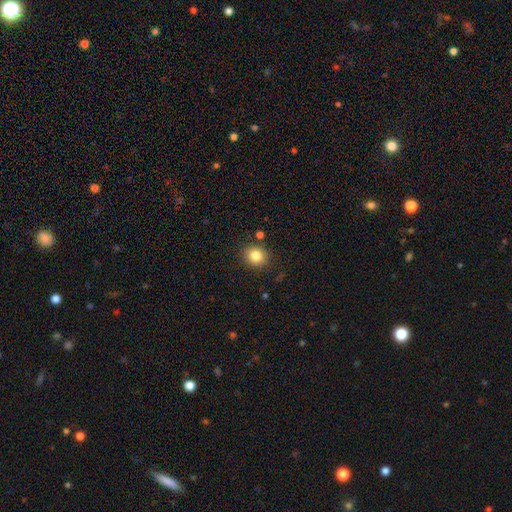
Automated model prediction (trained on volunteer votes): smooth 83%, star or artifact 11%, featured or disk 6%. Down the decision tree: how rounded — round (76%); merging — none (86%).